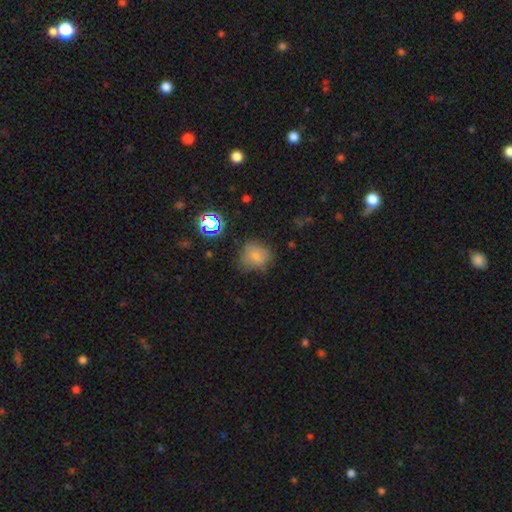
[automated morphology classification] type=smooth (70%); roundness=round (70%); merging=none (61%).